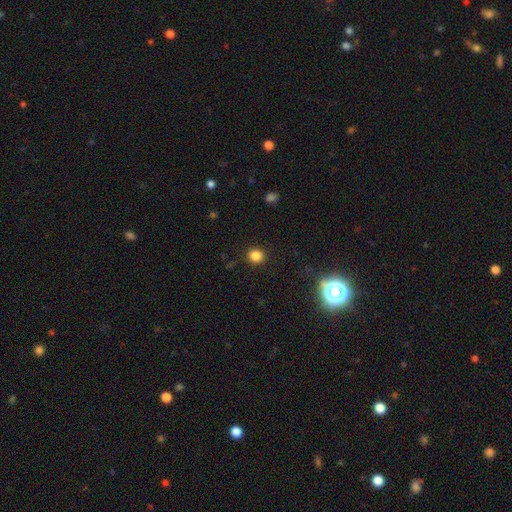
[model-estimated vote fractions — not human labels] smooth_or_featured: smooth (p=0.83) [alt: star or artifact p=0.13]
how_rounded: round (p=0.87) [alt: in between p=0.12]
merging: none (p=0.91) [alt: minor disturbance p=0.06]